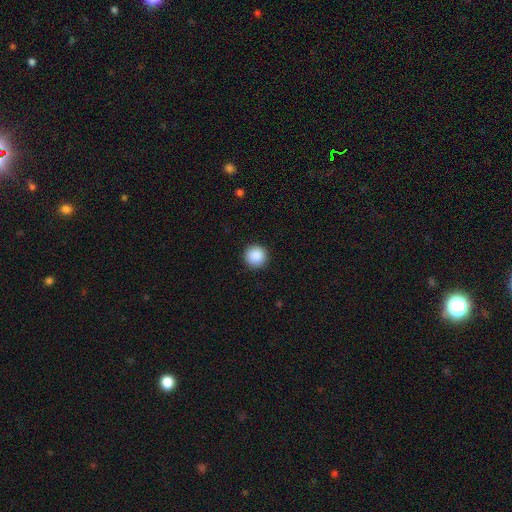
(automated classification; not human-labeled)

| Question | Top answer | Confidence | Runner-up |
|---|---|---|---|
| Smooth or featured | smooth | 89% | star or artifact (8%) |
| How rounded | round | 96% | in between (3%) |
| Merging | none | 92% | minor disturbance (5%) |